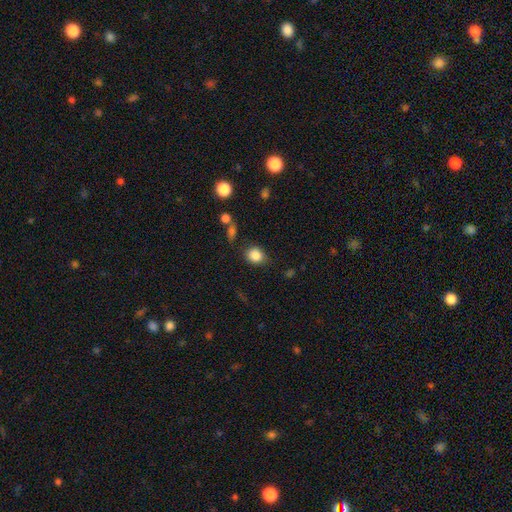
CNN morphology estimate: Overall: smooth (85%). How rounded: round (61%; in between 38%). Merging: none (78%).